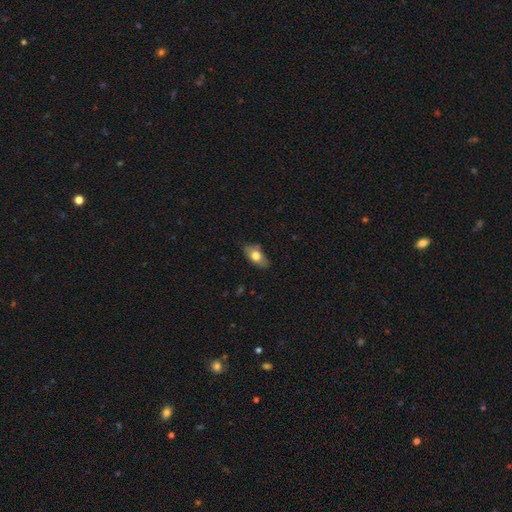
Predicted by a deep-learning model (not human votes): smooth_or_featured: smooth (p=0.70) [alt: featured or disk p=0.23]
how_rounded: in between (p=0.89) [alt: round p=0.06]
merging: none (p=0.75) [alt: minor disturbance p=0.20]